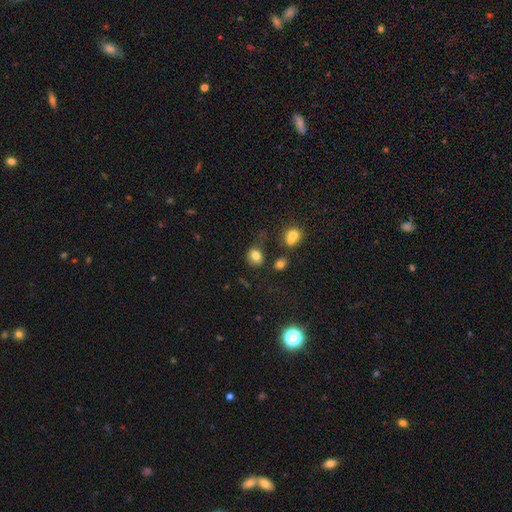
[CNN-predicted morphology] A smooth galaxy with no disk features (79%) that is round (53%).

Vote fractions:
- Smooth or featured? smooth: 79% / star or artifact: 12% / featured or disk: 9%
- How rounded? round: 53% / in between: 45% / cigar-shaped: 1%
- Merging? none: 60% / minor disturbance: 22% / major disturbance: 9% / merger: 8%